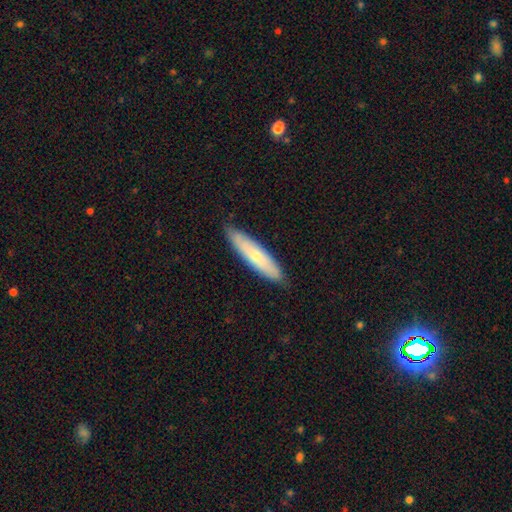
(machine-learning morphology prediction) The model was most divided on "smooth or featured": smooth: 62%, featured or disk: 33%, star or artifact: 6%. More confident: merging — none (85%); how rounded — cigar-shaped (78%).